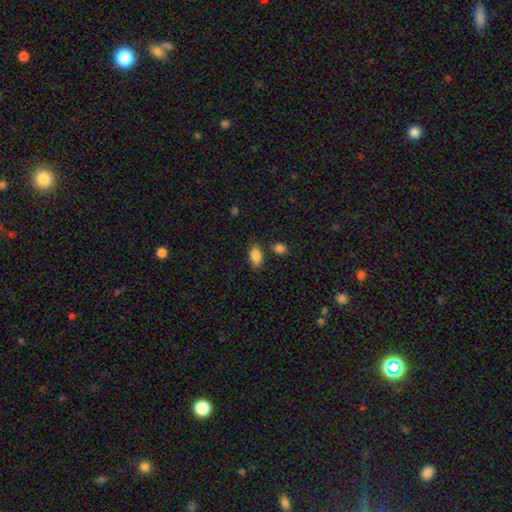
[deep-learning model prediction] smooth-or-featured: smooth: 87% | star or artifact: 8% | featured or disk: 5%
  how-rounded: in between: 91% | round: 5% | cigar-shaped: 4%
  merging: none: 78% | minor disturbance: 13% | merger: 6% | major disturbance: 3%